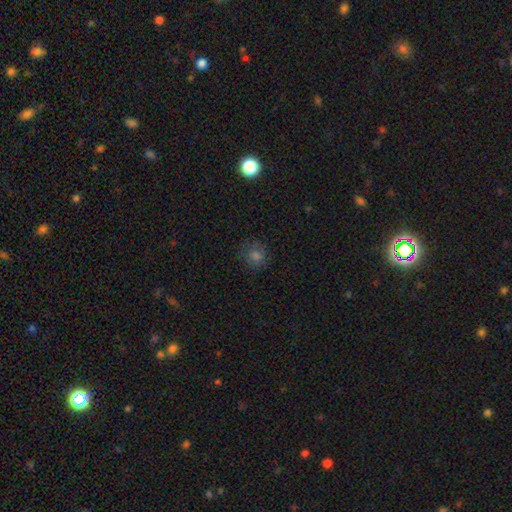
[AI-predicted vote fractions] Q: Smooth or featured?
A: smooth (72%); runner-up: star or artifact (19%)
Q: How rounded?
A: round (86%); runner-up: in between (13%)
Q: Merging?
A: none (80%); runner-up: minor disturbance (14%)